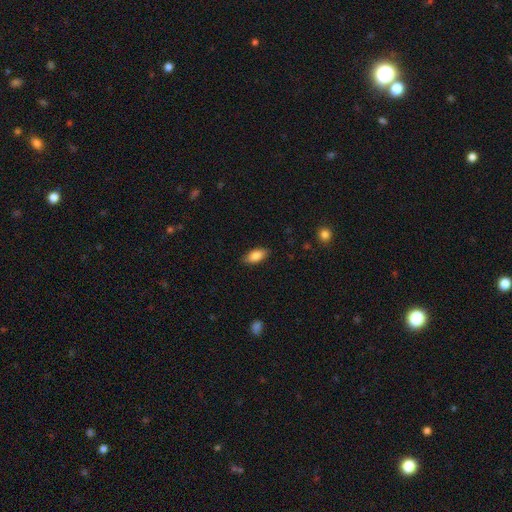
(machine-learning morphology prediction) smooth 86%, featured or disk 7%, star or artifact 7%. Down the decision tree: how rounded — in between (90%); merging — none (86%).